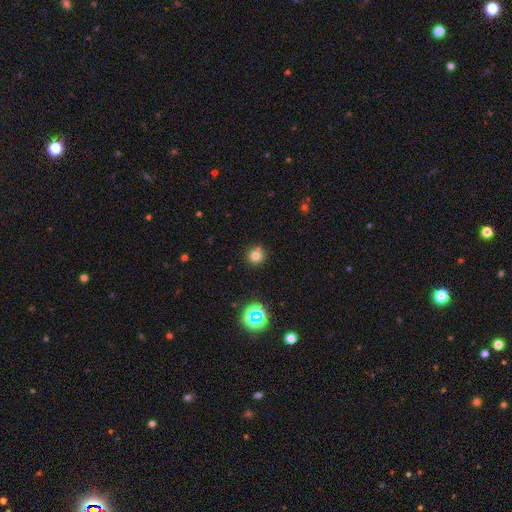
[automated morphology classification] Smooth or featured: smooth — 76% (star or artifact — 17%)
How rounded: round — 93% (in between — 6%)
Merging: none — 81% (minor disturbance — 10%)